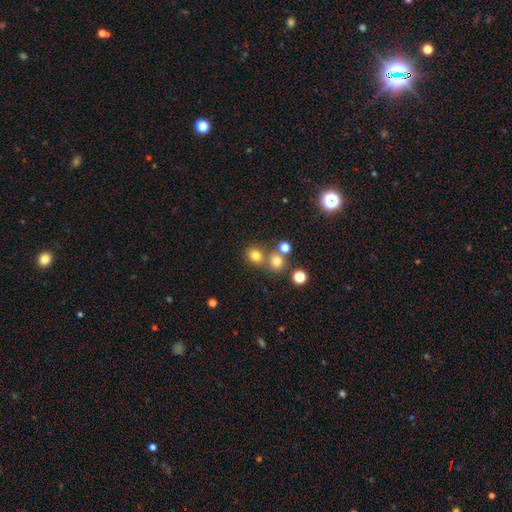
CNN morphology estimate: Smooth or featured: smooth — 77% (star or artifact — 16%)
How rounded: round — 79% (in between — 20%)
Merging: none — 63% (merger — 25%)